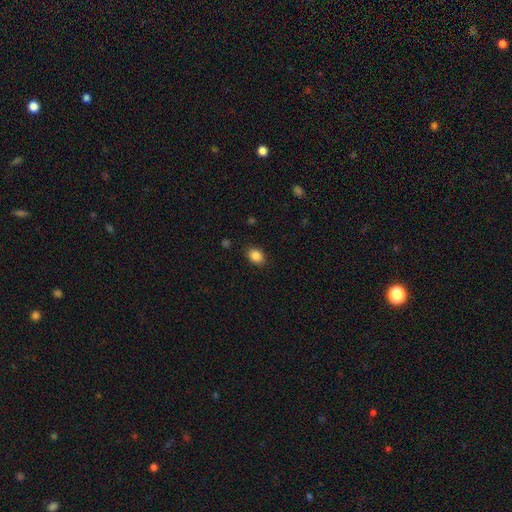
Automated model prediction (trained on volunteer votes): This is clearly a smooth galaxy (87%). How rounded: likely in between (63%). Merging: clearly none (87%).